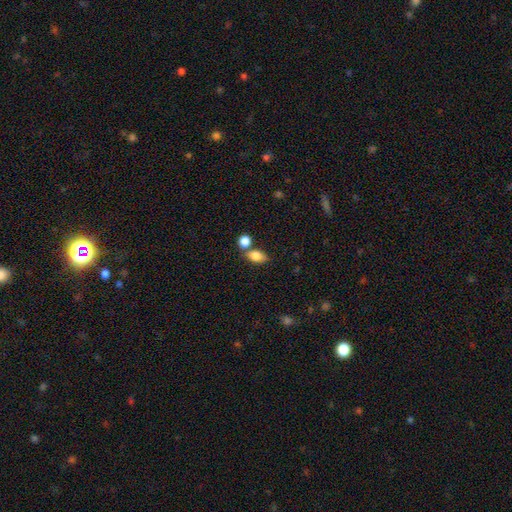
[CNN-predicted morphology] A smooth galaxy with no disk features (81%) that is in between round and cigar-shaped (82%). Merging: none (56%).